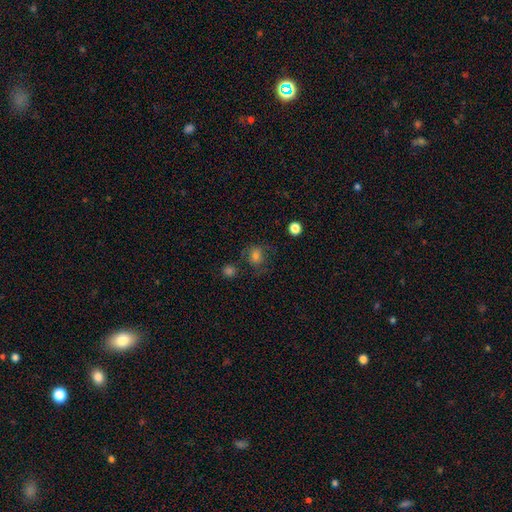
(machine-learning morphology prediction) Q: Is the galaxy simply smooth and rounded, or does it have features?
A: smooth — 68%.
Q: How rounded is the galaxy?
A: round — 69%.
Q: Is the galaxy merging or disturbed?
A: none — 64%.